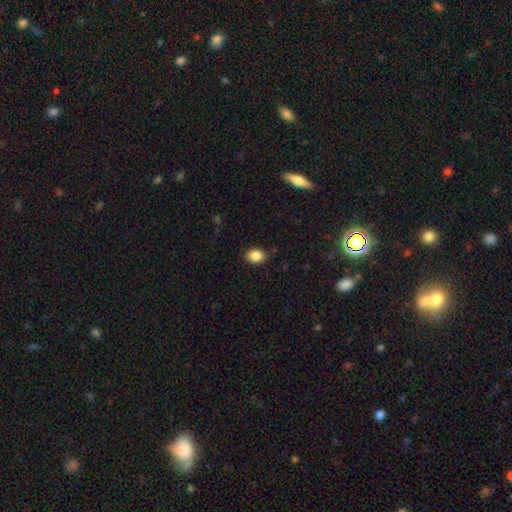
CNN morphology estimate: The model was most divided on "how rounded": in between: 72%, round: 27%, cigar-shaped: 1%. More confident: smooth or featured — smooth (87%); merging — none (84%).